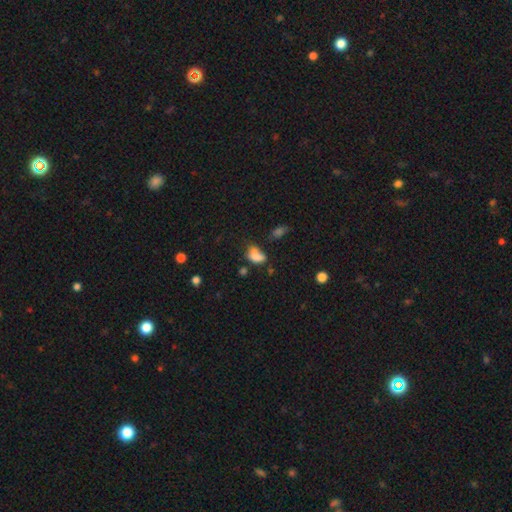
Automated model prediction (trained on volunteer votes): smooth-or-featured: smooth: 72% | featured or disk: 15% | star or artifact: 14%
  how-rounded: in between: 82% | round: 15% | cigar-shaped: 3%
  merging: merger: 31% | none: 30% | minor disturbance: 22% | major disturbance: 17%